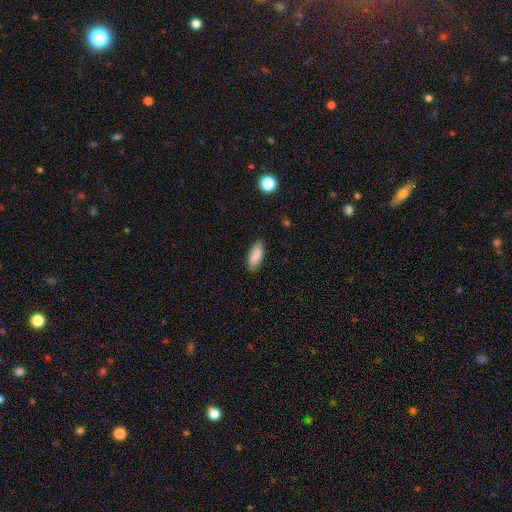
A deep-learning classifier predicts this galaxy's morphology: smooth-or-featured: smooth: 88% | star or artifact: 6% | featured or disk: 6%
  how-rounded: in between: 80% | cigar-shaped: 18% | round: 2%
  merging: none: 87% | minor disturbance: 10% | major disturbance: 2% | merger: 1%